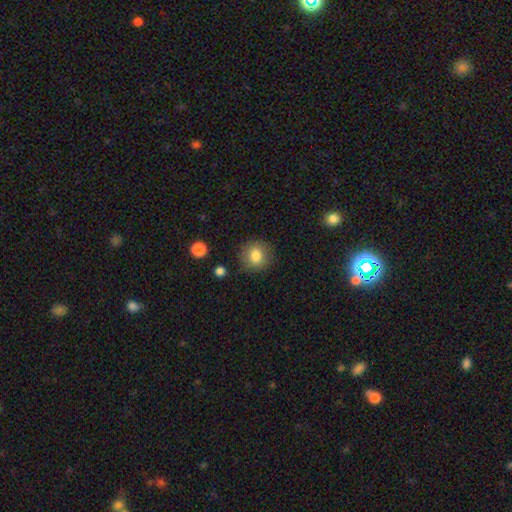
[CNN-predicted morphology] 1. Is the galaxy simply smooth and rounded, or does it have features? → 82% smooth, 10% star or artifact, 9% featured or disk.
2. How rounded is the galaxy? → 85% round, 14% in between, 1% cigar-shaped.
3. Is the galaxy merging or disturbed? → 85% none, 11% minor disturbance, 3% major disturbance, 2% merger.